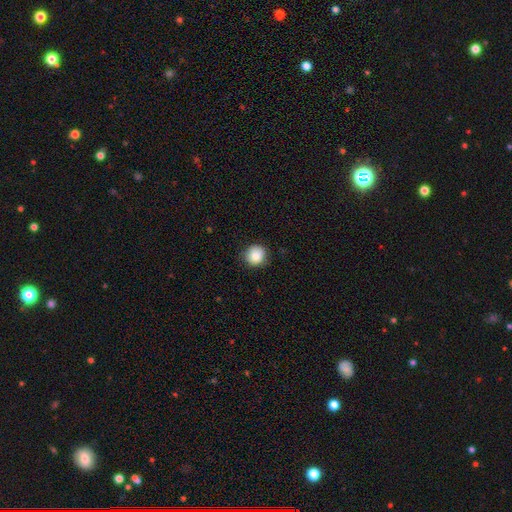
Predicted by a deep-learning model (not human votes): smooth_or_featured: smooth (p=0.86) [alt: star or artifact p=0.09]
how_rounded: round (p=0.91) [alt: in between p=0.08]
merging: none (p=0.83) [alt: minor disturbance p=0.13]